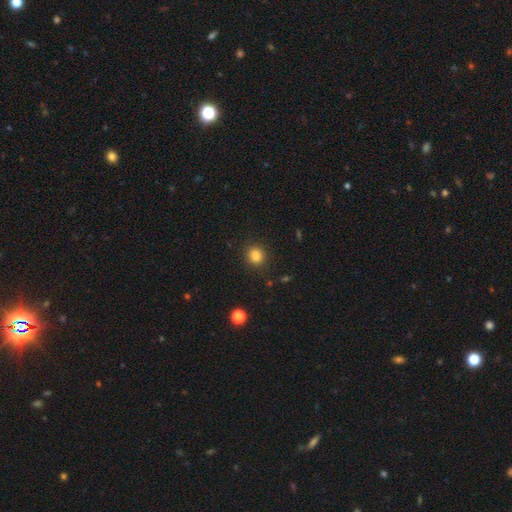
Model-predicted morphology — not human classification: smooth-or-featured: smooth: 83% | star or artifact: 12% | featured or disk: 5%
  how-rounded: round: 87% | in between: 12% | cigar-shaped: 1%
  merging: none: 90% | minor disturbance: 6% | major disturbance: 2% | merger: 1%